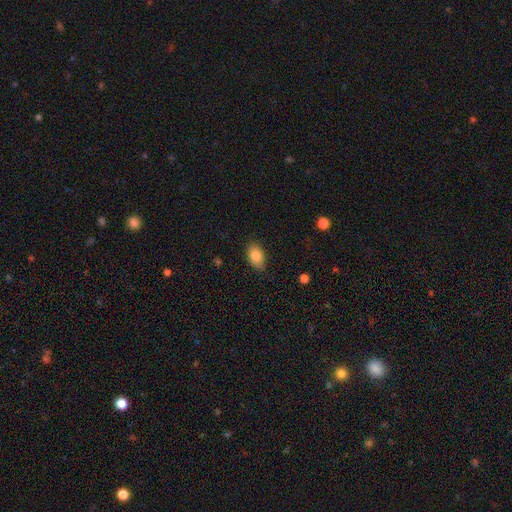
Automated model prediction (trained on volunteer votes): Q: Smooth or featured?
A: smooth (84%); runner-up: featured or disk (8%)
Q: How rounded?
A: in between (88%); runner-up: round (10%)
Q: Merging?
A: none (81%); runner-up: minor disturbance (15%)